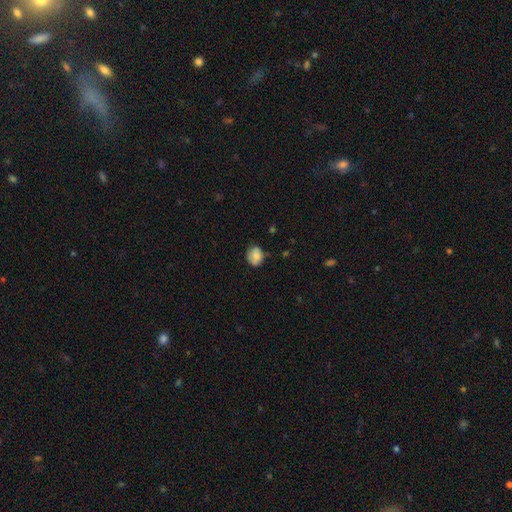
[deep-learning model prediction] smooth 76%, featured or disk 16%, star or artifact 9%. Down the decision tree: how rounded — round (57%); merging — none (65%).